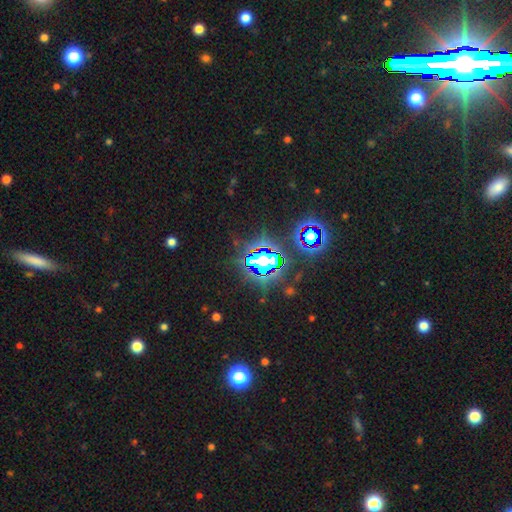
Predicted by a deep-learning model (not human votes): Smooth or featured? star or artifact (78%)